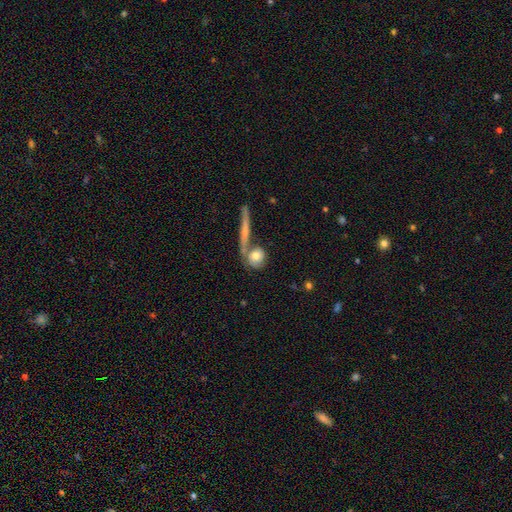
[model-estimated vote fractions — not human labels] A smooth galaxy with no disk features (70%) that is round (73%).

Vote fractions:
- Smooth or featured? smooth: 70% / featured or disk: 22% / star or artifact: 7%
- How rounded? round: 73% / in between: 19% / cigar-shaped: 8%
- Merging? none: 55% / merger: 28% / minor disturbance: 11% / major disturbance: 5%